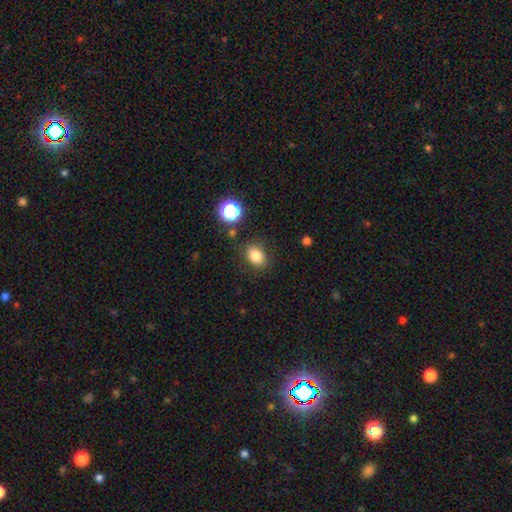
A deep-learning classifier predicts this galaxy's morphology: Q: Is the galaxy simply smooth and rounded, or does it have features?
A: smooth — 81%.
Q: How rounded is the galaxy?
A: in between — 64%.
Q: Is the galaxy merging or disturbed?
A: none — 83%.